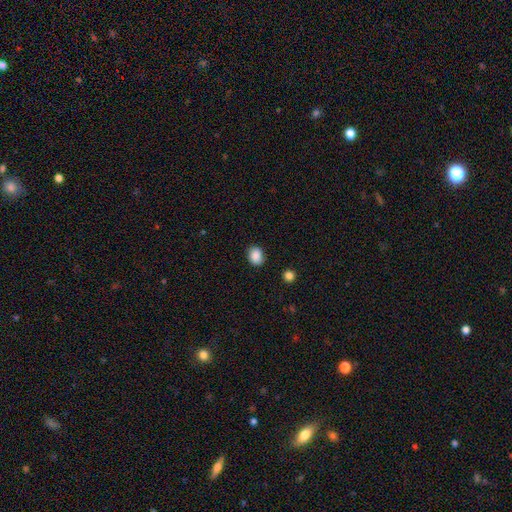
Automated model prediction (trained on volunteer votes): This appears to be a smooth galaxy with no disk features (88%) that is in between round and cigar-shaped (52%). Merging: none (85%).